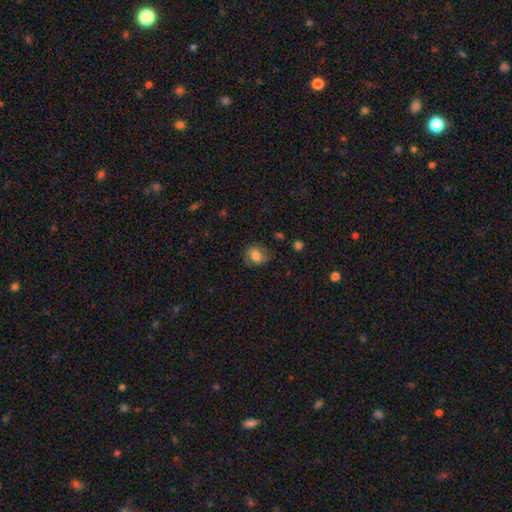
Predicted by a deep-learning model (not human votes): A smooth galaxy with no disk features (65%) that is round (57%). Merging: none (68%).